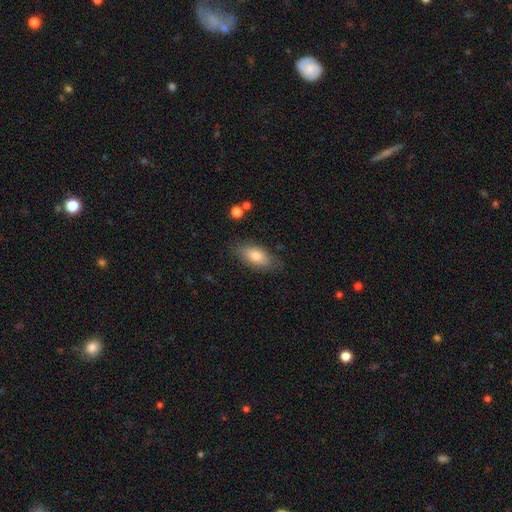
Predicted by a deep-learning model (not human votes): Overall: smooth (77%). How rounded: in between (88%). Merging: none (76%).